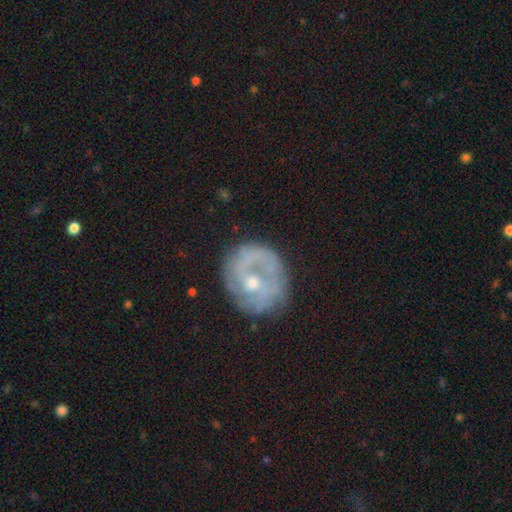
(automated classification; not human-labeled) smooth_or_featured: featured or disk (p=0.73) [alt: smooth p=0.20]
disk_edge_on: no (p=0.97) [alt: yes p=0.03]
bar: no (p=0.61) [alt: weak p=0.32]
has_spiral_arms: yes (p=0.74) [alt: no p=0.26]
spiral_winding: tight (p=0.46) [alt: medium p=0.35]
spiral_arm_count: 2 (p=0.37) [alt: can't tell p=0.33]
bulge_size: moderate (p=0.51) [alt: small p=0.44]
merging: none (p=0.66) [alt: minor disturbance p=0.20]